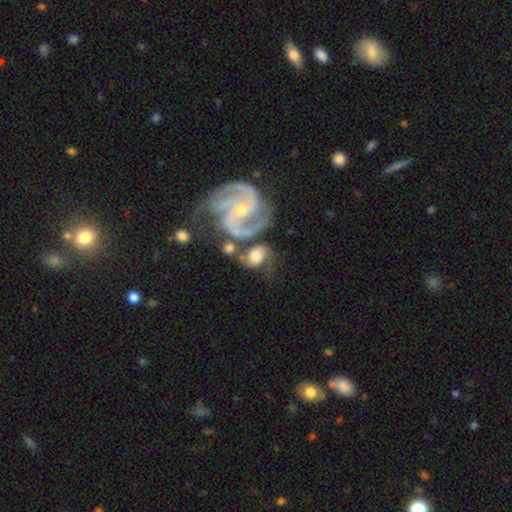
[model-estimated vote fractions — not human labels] featured or disk 67%, smooth 25%, star or artifact 8%. Down the decision tree: edge-on disk — no (97%); bar — no (61%); spiral arms — yes (91%); spiral arm count — 2 (67%); spiral winding — medium (49%); bulge size — small (44%); merging — none (34%).